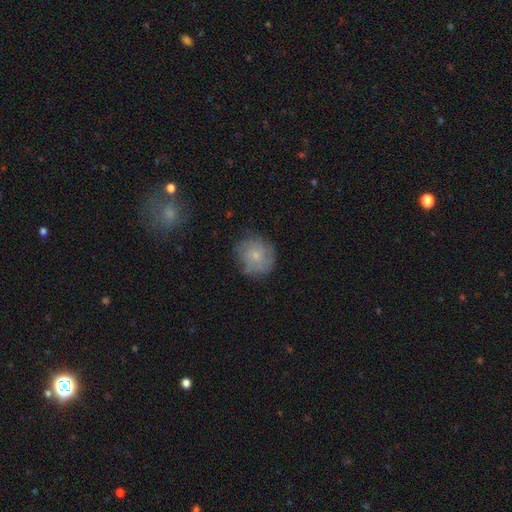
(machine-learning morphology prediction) Smooth or featured? smooth (47%)
Merging? none (72%)